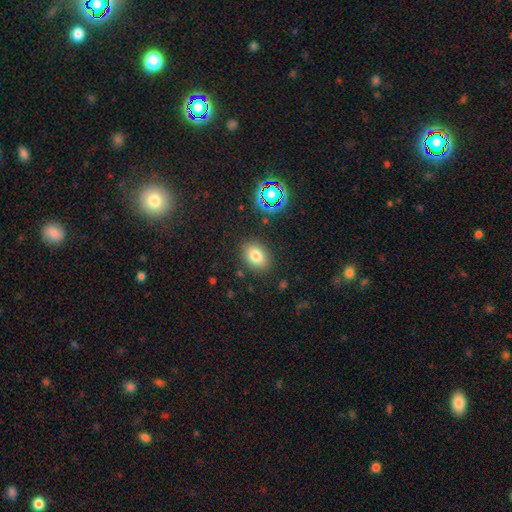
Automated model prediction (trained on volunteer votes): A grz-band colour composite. It shows a smooth galaxy with no disk features (78%) that is in between round and cigar-shaped (68%). Merging: none (85%).